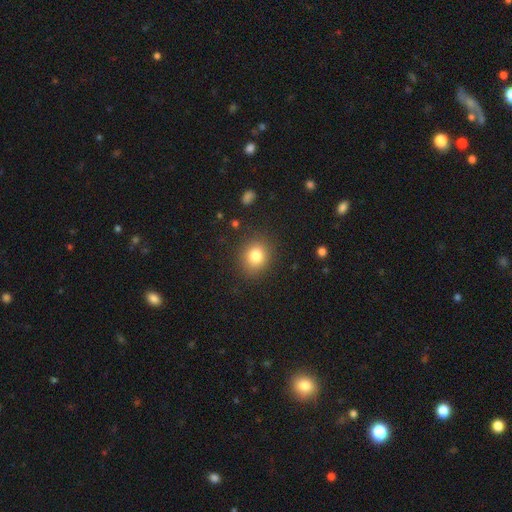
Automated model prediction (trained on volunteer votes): Smooth or featured?
  - smooth: 82% *
  - star or artifact: 11%
  - featured or disk: 7%
How rounded?
  - round: 72% *
  - in between: 27%
  - cigar-shaped: 1%
Merging?
  - none: 87% *
  - minor disturbance: 9%
  - major disturbance: 3%
  - merger: 1%